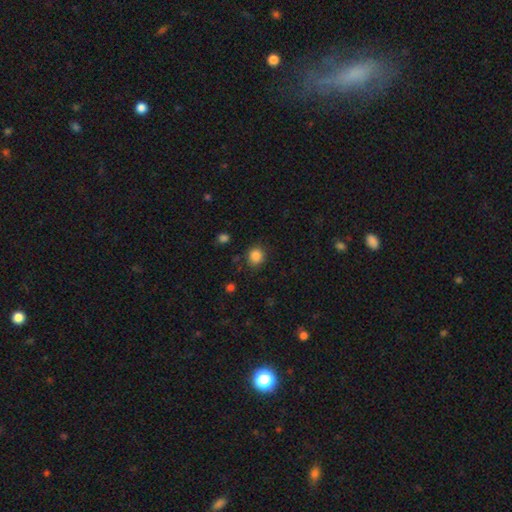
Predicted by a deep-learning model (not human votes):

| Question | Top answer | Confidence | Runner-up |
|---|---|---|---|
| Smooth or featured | smooth | 86% | star or artifact (10%) |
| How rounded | round | 80% | in between (20%) |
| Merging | none | 85% | minor disturbance (10%) |